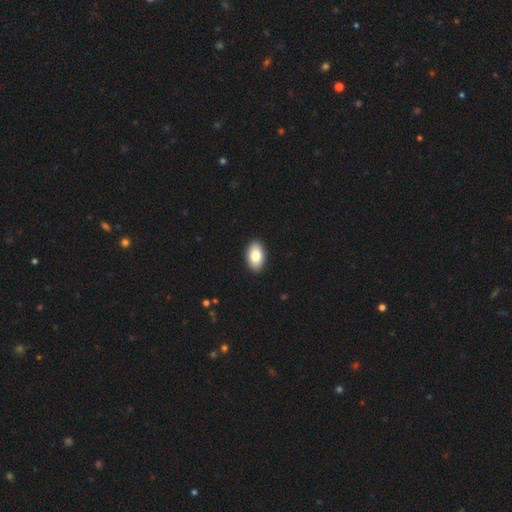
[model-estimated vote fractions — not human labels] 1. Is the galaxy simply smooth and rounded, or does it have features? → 82% smooth, 12% featured or disk, 6% star or artifact.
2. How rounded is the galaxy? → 93% in between, 5% round, 1% cigar-shaped.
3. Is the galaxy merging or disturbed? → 92% none, 6% minor disturbance, 2% major disturbance, 1% merger.